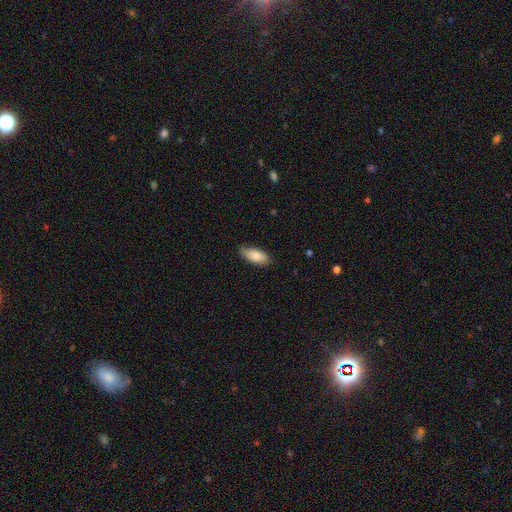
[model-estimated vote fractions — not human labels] A smooth galaxy with no disk features (82%) that is in between round and cigar-shaped (84%). Merging: none (82%).